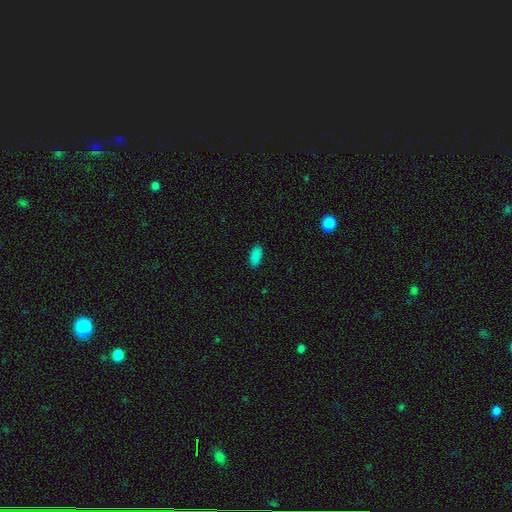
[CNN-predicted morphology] smooth 87%, star or artifact 10%, featured or disk 3%. Down the decision tree: how rounded — in between (90%); merging — none (88%).